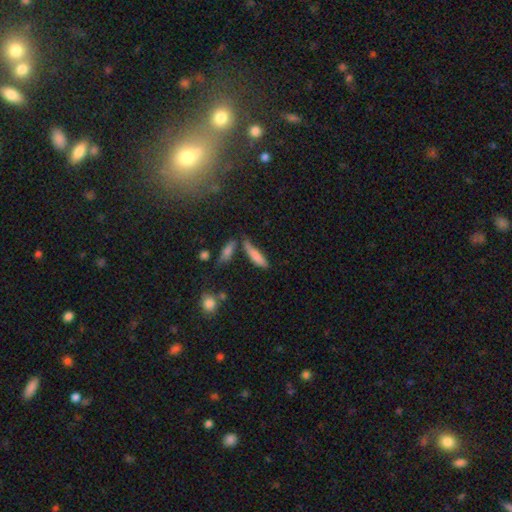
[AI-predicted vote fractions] A smooth galaxy with no disk features (78%) that is cigar-shaped (73%). Merging: none (56%).